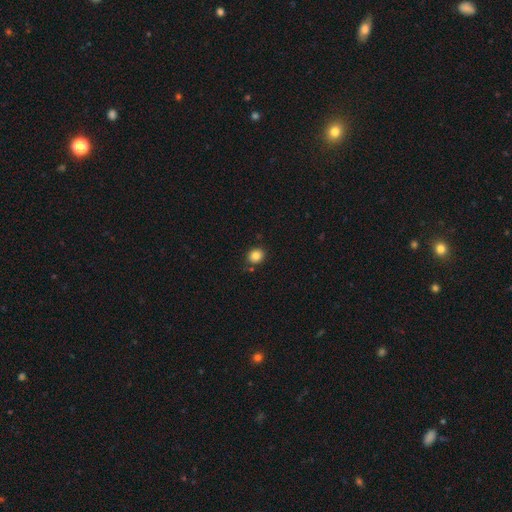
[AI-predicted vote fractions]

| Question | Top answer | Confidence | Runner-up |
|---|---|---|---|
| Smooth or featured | smooth | 84% | star or artifact (11%) |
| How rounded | round | 76% | in between (24%) |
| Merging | none | 83% | minor disturbance (10%) |